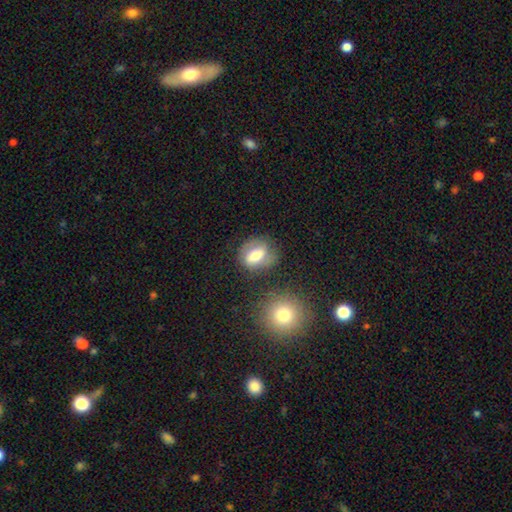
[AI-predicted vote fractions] This is possibly a smooth galaxy (60%). How rounded: likely in between (61%). Merging: likely none (67%).